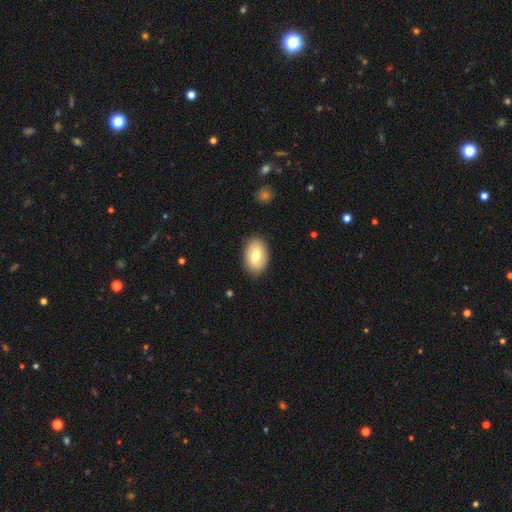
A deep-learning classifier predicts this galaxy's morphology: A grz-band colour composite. It shows a smooth galaxy with no disk features (71%) that is in between round and cigar-shaped (90%). Merging: none (87%).